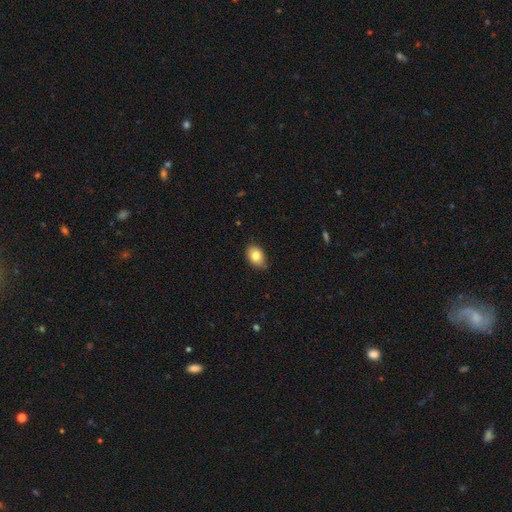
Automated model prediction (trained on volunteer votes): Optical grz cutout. It shows a smooth galaxy with no disk features (81%) that is in between round and cigar-shaped (81%). Merging: none (79%).